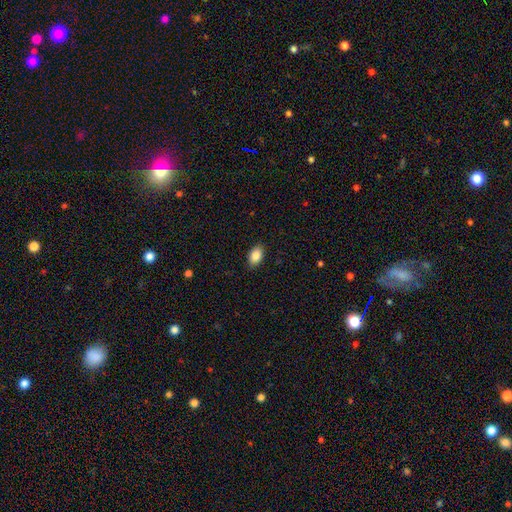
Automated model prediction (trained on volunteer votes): smooth-or-featured: smooth: 86% | star or artifact: 8% | featured or disk: 6%
  how-rounded: in between: 90% | round: 9% | cigar-shaped: 2%
  merging: none: 87% | minor disturbance: 10% | major disturbance: 2% | merger: 1%